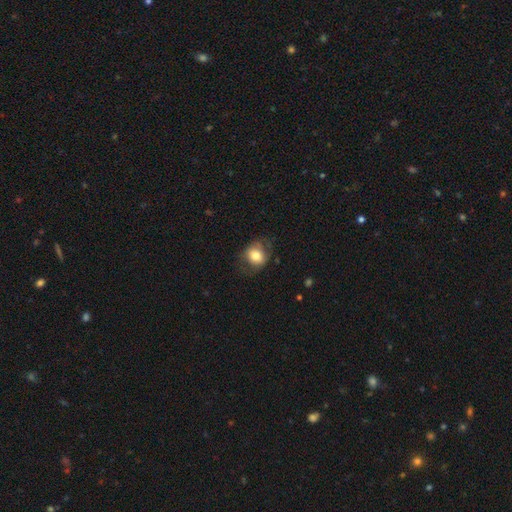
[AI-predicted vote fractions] Smooth or featured?
  - smooth: 73% *
  - featured or disk: 19%
  - star or artifact: 8%
How rounded?
  - round: 59% *
  - in between: 40%
  - cigar-shaped: 1%
Merging?
  - none: 63% *
  - minor disturbance: 22%
  - major disturbance: 13%
  - merger: 1%